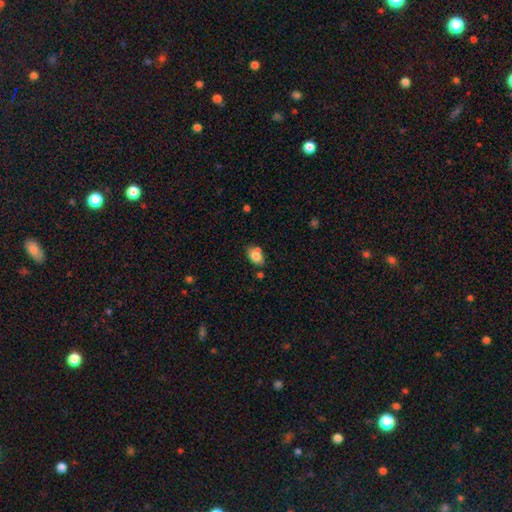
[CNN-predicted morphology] smooth 80%, featured or disk 12%, star or artifact 8%. Down the decision tree: how rounded — in between (87%); merging — none (62%).